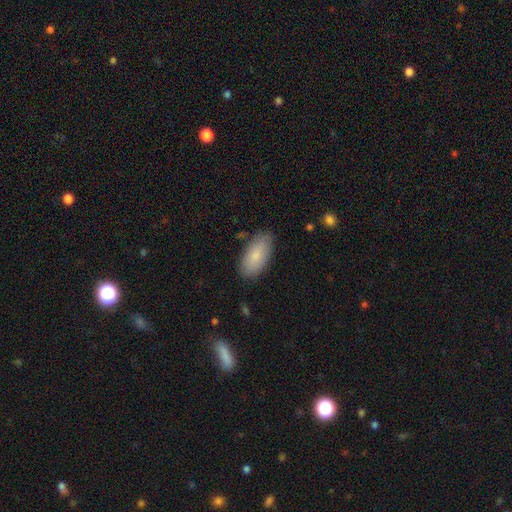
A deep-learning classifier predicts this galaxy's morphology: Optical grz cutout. It shows a smooth galaxy with no disk features (82%) that is in between round and cigar-shaped (92%). Merging: none (83%).